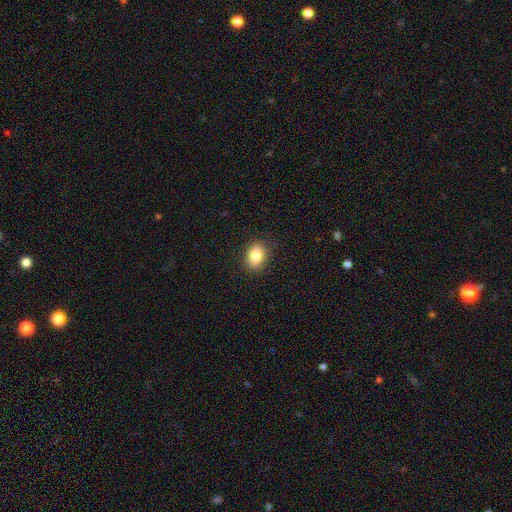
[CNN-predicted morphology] Smooth or featured? Predicted: smooth (p=0.83). How rounded? Predicted: in between (p=0.66). Merging? Predicted: none (p=0.89).